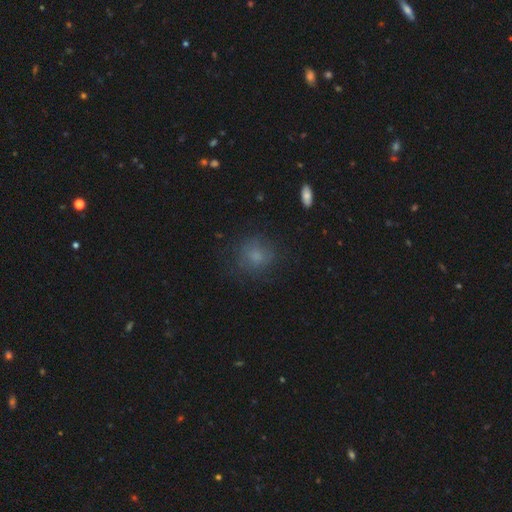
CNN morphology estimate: Smooth or featured? Predicted: smooth (p=0.72). How rounded? Predicted: round (p=0.81). Merging? Predicted: none (p=0.73).